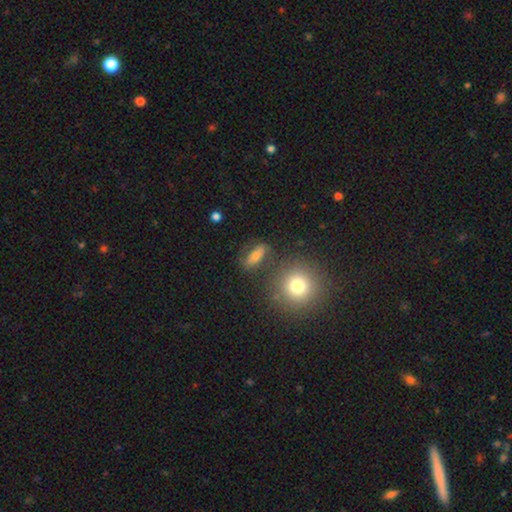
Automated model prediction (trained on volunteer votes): This appears to be a smooth galaxy with no disk features (57%) that is in between round and cigar-shaped (54%). Merging: none (74%).